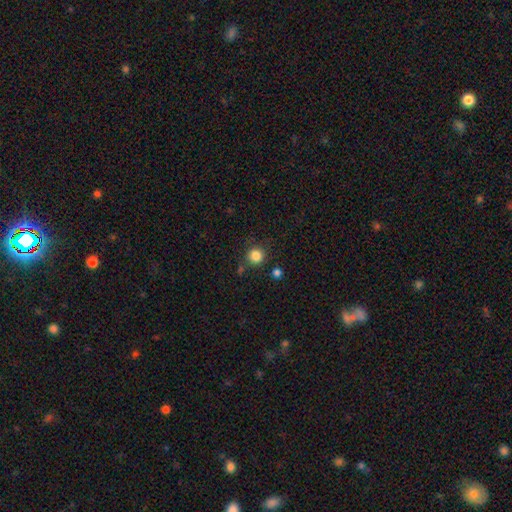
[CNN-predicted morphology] type=smooth (85%); roundness=round (93%); merging=none (82%).